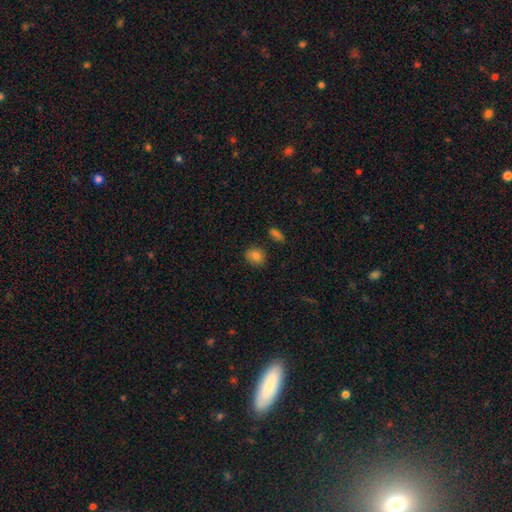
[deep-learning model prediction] Q: Smooth or featured?
A: smooth (83%); runner-up: star or artifact (10%)
Q: How rounded?
A: round (69%); runner-up: in between (30%)
Q: Merging?
A: none (84%); runner-up: minor disturbance (10%)